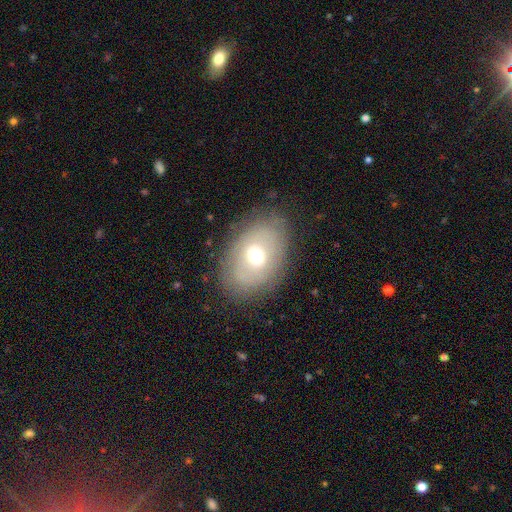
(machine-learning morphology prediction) smooth-or-featured: smooth: 53% | featured or disk: 37% | star or artifact: 10%
  how-rounded: in between: 79% | round: 20% | cigar-shaped: 1%
  merging: none: 80% | minor disturbance: 14% | major disturbance: 5% | merger: 1%